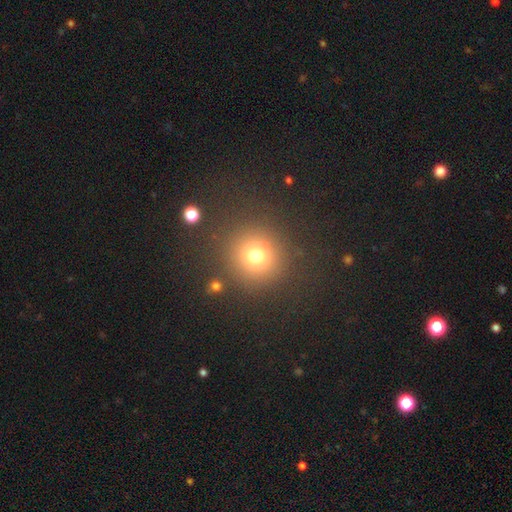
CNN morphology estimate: This is likely a smooth galaxy (72%). How rounded: clearly round (93%). Merging: clearly none (84%).